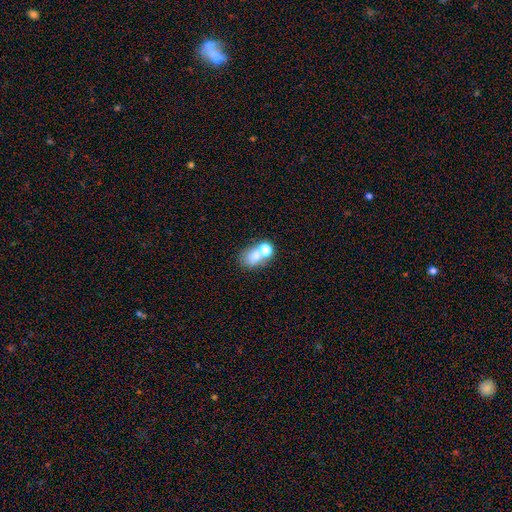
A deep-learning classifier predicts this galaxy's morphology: This appears to be a smooth galaxy with no disk features (67%) that is in between round and cigar-shaped (54%). Merging: merger (48%).